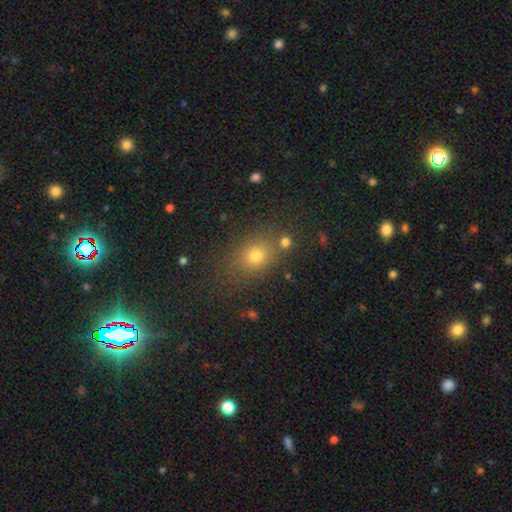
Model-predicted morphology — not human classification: This is likely a smooth galaxy (73%). How rounded: possibly in between (50%). Merging: likely none (74%).